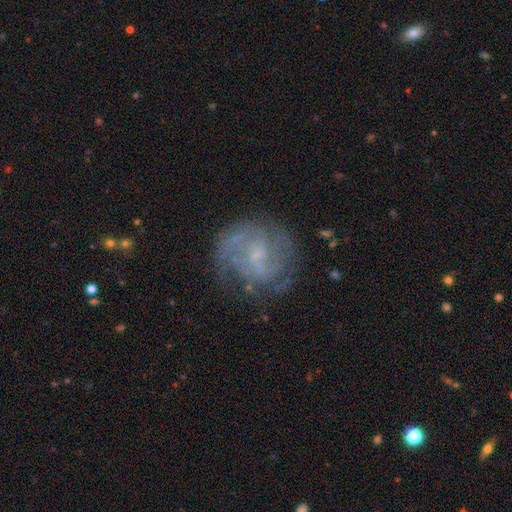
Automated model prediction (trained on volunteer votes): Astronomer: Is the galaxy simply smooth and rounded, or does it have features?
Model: featured or disk — 77%.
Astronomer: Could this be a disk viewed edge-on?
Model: no — 98%.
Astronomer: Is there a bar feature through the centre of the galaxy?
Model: weak — 48% (runner-up: no, 43%).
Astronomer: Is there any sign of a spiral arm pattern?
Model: yes — 90%.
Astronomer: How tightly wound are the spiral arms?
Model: tight — 43%, tied with medium at 43%.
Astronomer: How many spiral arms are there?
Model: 2 — 41% (runner-up: can't tell, 29%).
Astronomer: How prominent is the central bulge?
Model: small — 60%.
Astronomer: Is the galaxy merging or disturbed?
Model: none — 70%.